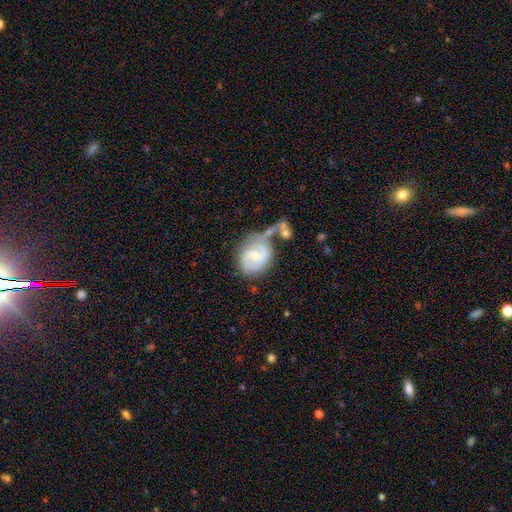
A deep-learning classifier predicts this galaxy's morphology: A featured or disk galaxy (66%) with a weak bar (48%), 2 (68%) medium (43%) spiral arms (85%) and a small central bulge (47%). Merging: none (33%).